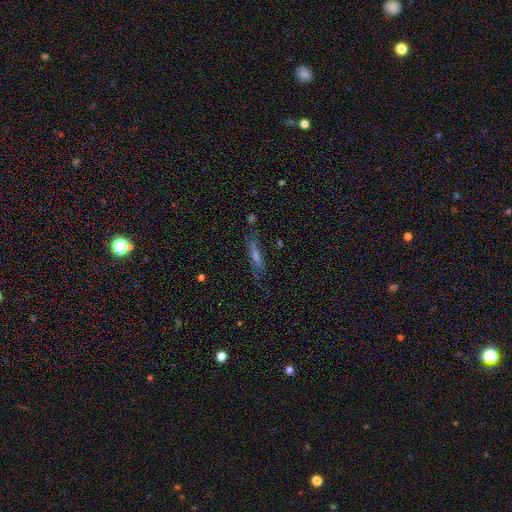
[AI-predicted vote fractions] Smooth or featured?
  - smooth: 48% *
  - featured or disk: 38%
  - star or artifact: 14%
Merging?
  - none: 65% *
  - minor disturbance: 22%
  - major disturbance: 10%
  - merger: 3%